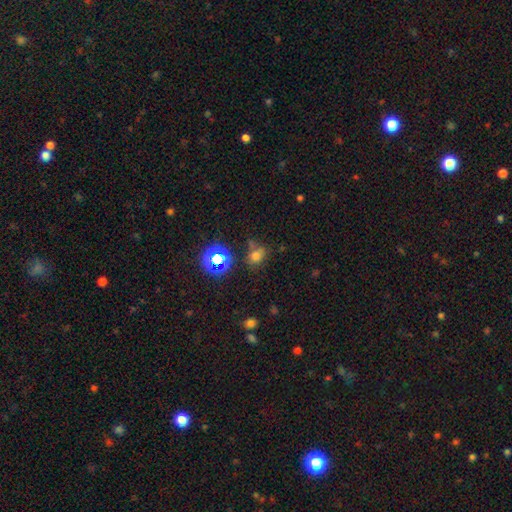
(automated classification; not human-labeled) smooth-or-featured: smooth: 61% | star or artifact: 30% | featured or disk: 9%
  how-rounded: round: 51% | in between: 47% | cigar-shaped: 2%
  merging: none: 61% | minor disturbance: 17% | merger: 14% | major disturbance: 7%